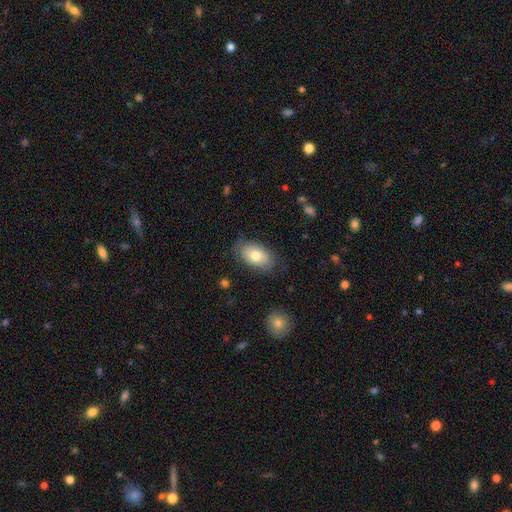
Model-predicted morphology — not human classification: smooth-or-featured: smooth: 72% | featured or disk: 21% | star or artifact: 7%
  how-rounded: in between: 92% | round: 7% | cigar-shaped: 1%
  merging: none: 77% | minor disturbance: 17% | major disturbance: 5% | merger: 1%